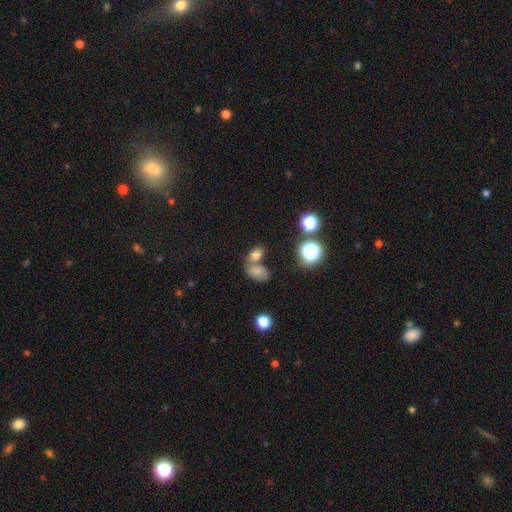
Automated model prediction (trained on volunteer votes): smooth 73%, star or artifact 17%, featured or disk 10%. Down the decision tree: how rounded — in between (81%); merging — merger (45%).